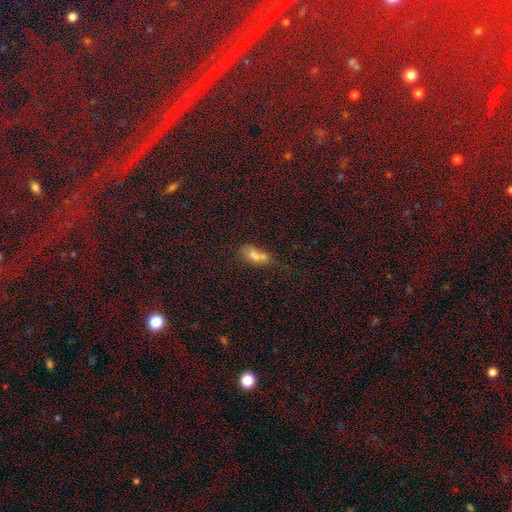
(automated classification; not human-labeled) Smooth or featured? Predicted: smooth (p=0.60). How rounded? Predicted: in between (p=0.73). Merging? Predicted: merger (p=0.57).